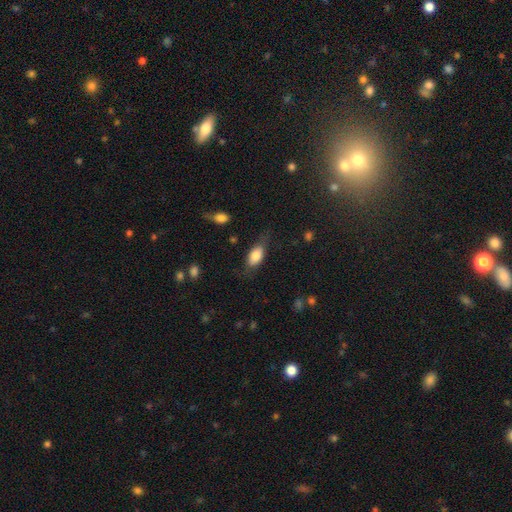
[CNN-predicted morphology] The model was most divided on "merging": none: 65%, minor disturbance: 24%, major disturbance: 10%, merger: 2%. More confident: how rounded — in between (87%); smooth or featured — smooth (78%).